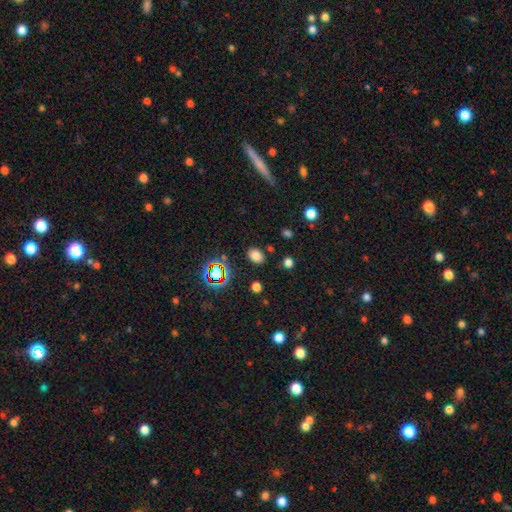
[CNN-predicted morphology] A smooth galaxy with no disk features (74%) that is in between round and cigar-shaped (73%). Merging: none (84%).